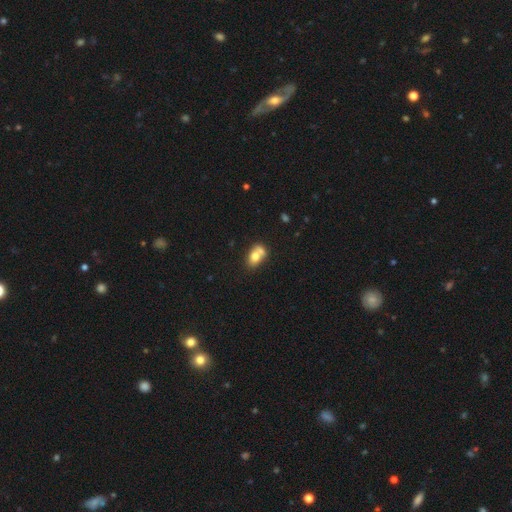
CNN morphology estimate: The model was most divided on "merging": merger: 53%, none: 30%, minor disturbance: 12%, major disturbance: 5%. More confident: smooth or featured — smooth (72%); how rounded — in between (69%).